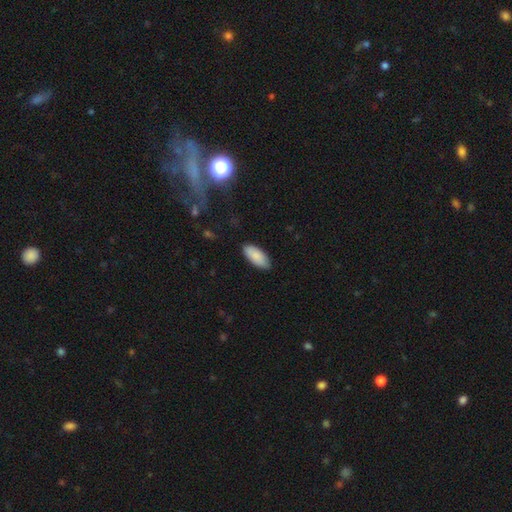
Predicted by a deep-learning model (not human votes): Morphology: type=smooth (89%); roundness=in between (87%); merging=none (87%).